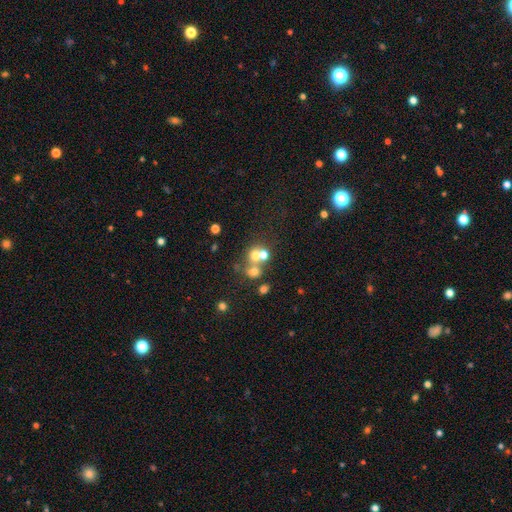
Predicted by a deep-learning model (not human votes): A smooth galaxy with no disk features (59%) that is round (78%).

Vote fractions:
- Smooth or featured? smooth: 59% / featured or disk: 22% / star or artifact: 19%
- How rounded? round: 78% / in between: 21% / cigar-shaped: 1%
- Merging? merger: 48% / none: 38% / minor disturbance: 8% / major disturbance: 6%